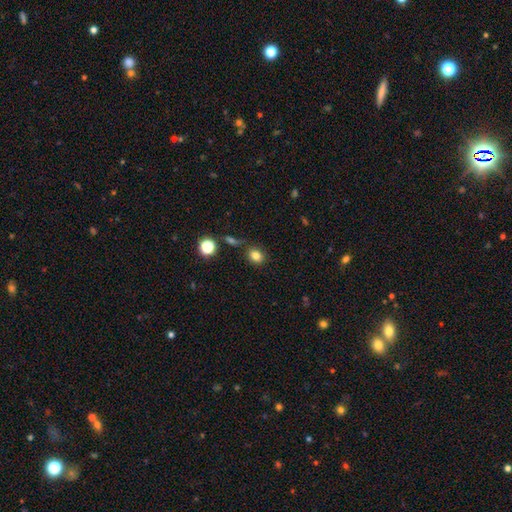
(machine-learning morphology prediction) The model was most divided on "how rounded": round: 57%, in between: 42%, cigar-shaped: 1%. More confident: smooth or featured — smooth (80%); merging — none (77%).